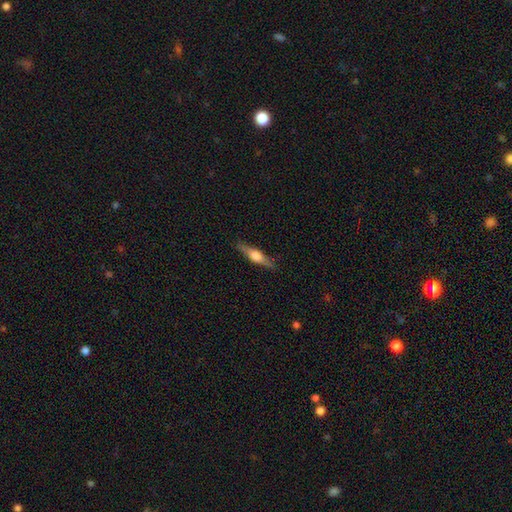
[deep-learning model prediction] Morphology: type=featured or disk (58%); edge-on=yes (96%); edge-on bulge=rounded (88%); merging=none (87%).